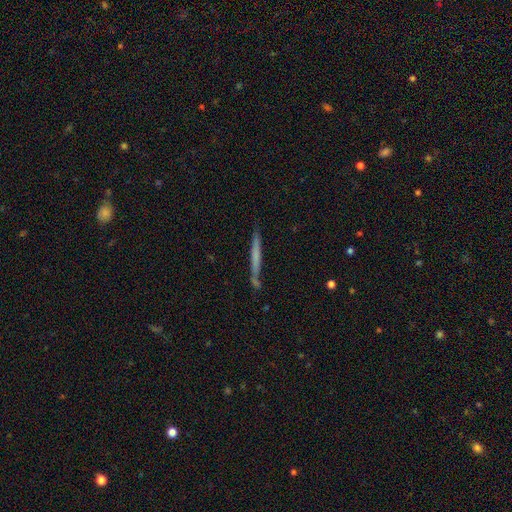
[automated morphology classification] Smooth or featured?
  - smooth: 50% *
  - featured or disk: 44%
  - star or artifact: 6%
Merging?
  - none: 78% *
  - minor disturbance: 13%
  - merger: 6%
  - major disturbance: 3%